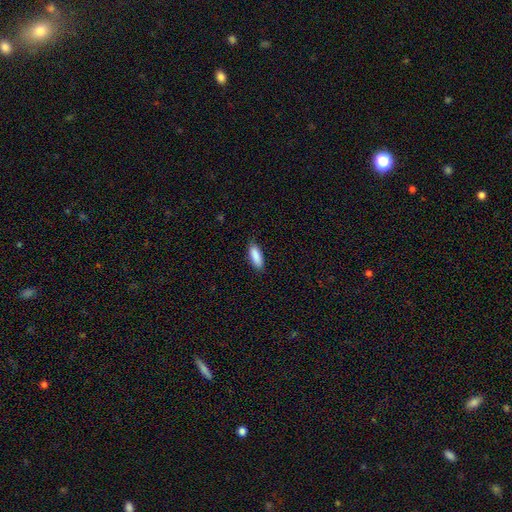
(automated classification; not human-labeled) A smooth galaxy with no disk features (89%) that is in between round and cigar-shaped (67%). Merging: none (86%).